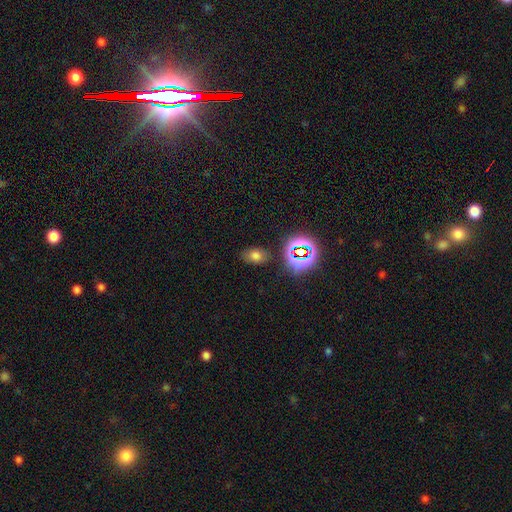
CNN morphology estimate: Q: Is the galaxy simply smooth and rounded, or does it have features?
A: smooth — 65%.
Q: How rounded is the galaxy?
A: in between — 79%.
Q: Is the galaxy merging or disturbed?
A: none — 79%.